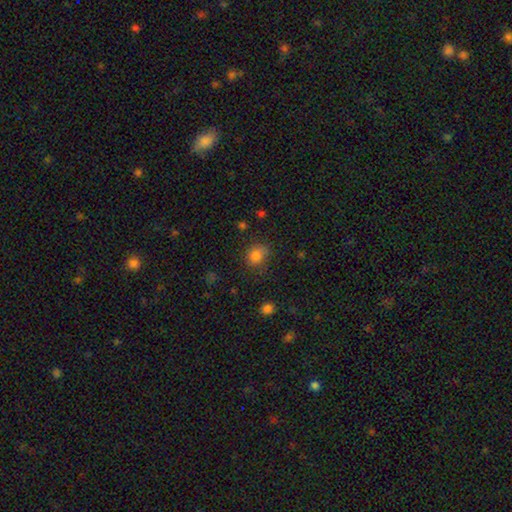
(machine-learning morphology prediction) smooth_or_featured: smooth (p=0.81) [alt: star or artifact p=0.13]
how_rounded: round (p=0.66) [alt: in between p=0.33]
merging: none (p=0.68) [alt: minor disturbance p=0.22]